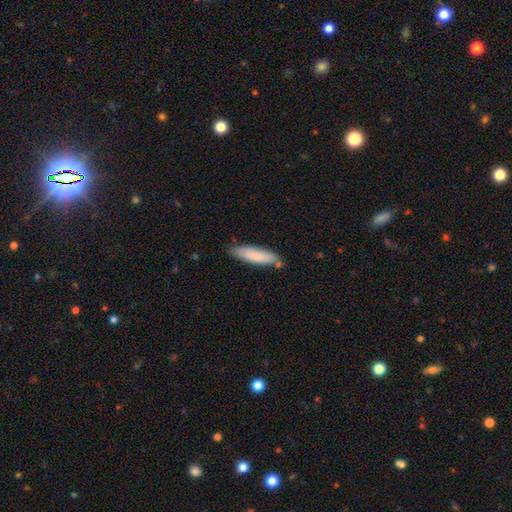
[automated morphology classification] Smooth or featured? smooth (83%)
How rounded? cigar-shaped (69%)
Merging? none (77%)